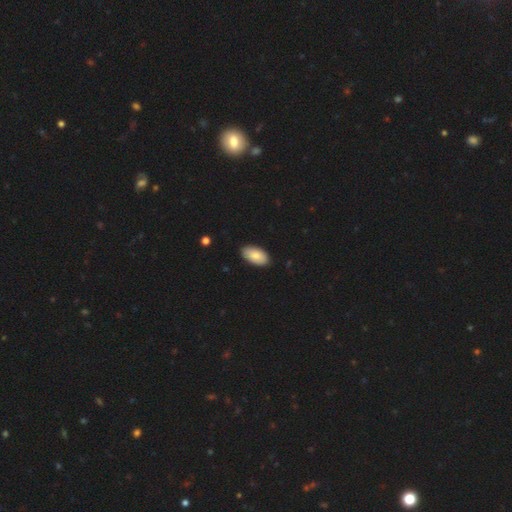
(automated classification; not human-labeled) The model was most divided on "smooth or featured": smooth: 84%, featured or disk: 10%, star or artifact: 6%. More confident: how rounded — in between (96%); merging — none (88%).